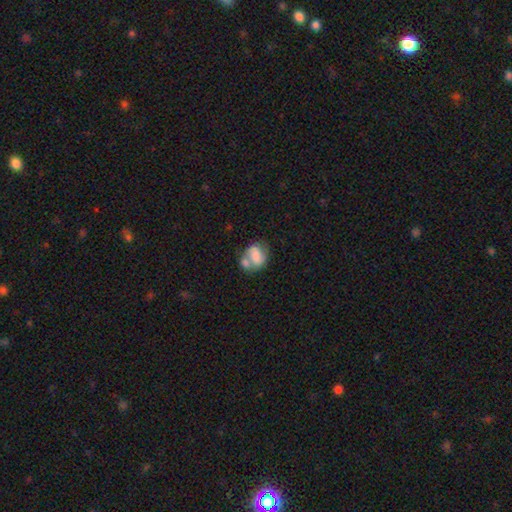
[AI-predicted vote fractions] smooth_or_featured: smooth (p=0.65) [alt: featured or disk p=0.27]
how_rounded: in between (p=0.59) [alt: round p=0.40]
merging: merger (p=0.51) [alt: none p=0.27]